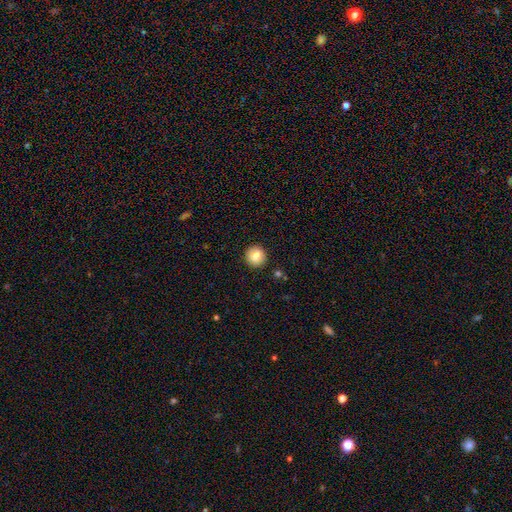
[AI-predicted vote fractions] Q: Smooth or featured?
A: smooth (81%); runner-up: featured or disk (10%)
Q: How rounded?
A: round (95%); runner-up: in between (4%)
Q: Merging?
A: none (93%); runner-up: minor disturbance (5%)